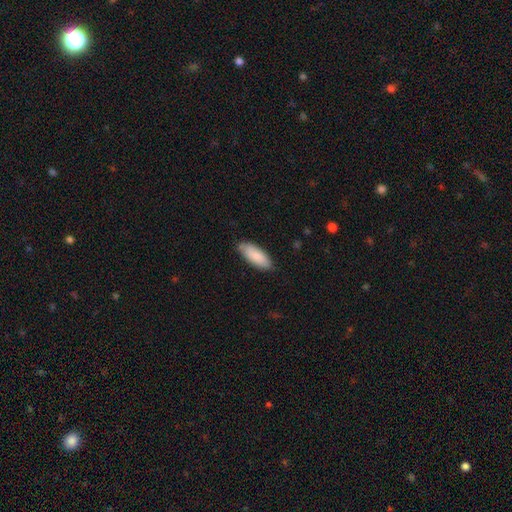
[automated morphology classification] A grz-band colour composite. It shows a smooth galaxy with no disk features (85%) that is in between round and cigar-shaped (78%). Merging: none (80%).